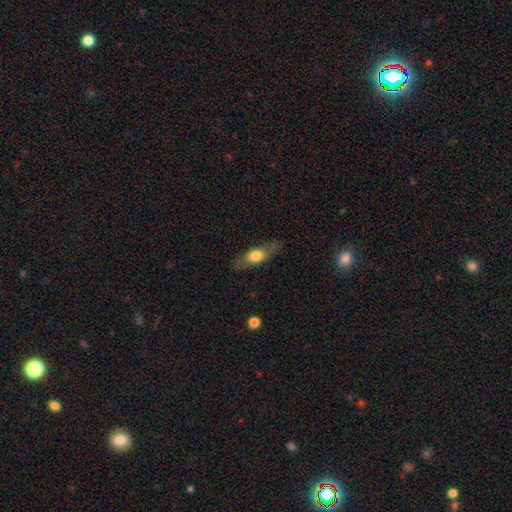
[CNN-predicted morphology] smooth 58%, featured or disk 36%, star or artifact 6%. Down the decision tree: how rounded — in between (55%); merging — none (80%).